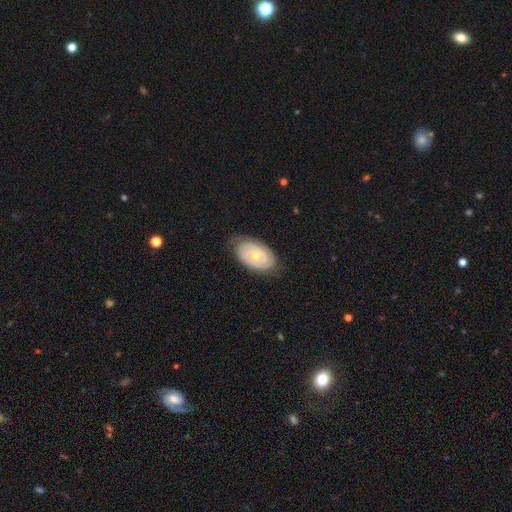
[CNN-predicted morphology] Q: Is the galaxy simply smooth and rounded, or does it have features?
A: featured or disk — 75%.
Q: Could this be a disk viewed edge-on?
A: no — 95%.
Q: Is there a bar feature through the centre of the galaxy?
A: no — 77%.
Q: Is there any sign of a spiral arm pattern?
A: yes — 80%.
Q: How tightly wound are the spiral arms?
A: tight — 77%.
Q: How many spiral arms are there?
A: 2 — 47%.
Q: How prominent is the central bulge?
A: moderate — 58%.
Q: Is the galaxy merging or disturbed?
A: none — 75%.